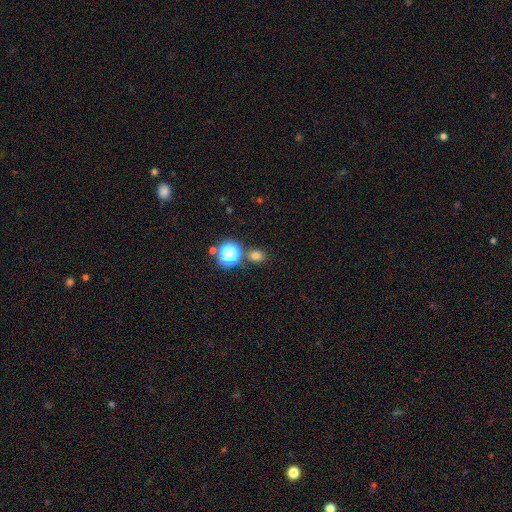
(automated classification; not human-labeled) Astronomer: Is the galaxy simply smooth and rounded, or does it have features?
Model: smooth — 73%.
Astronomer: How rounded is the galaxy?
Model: round — 60% (runner-up: in between, 39%).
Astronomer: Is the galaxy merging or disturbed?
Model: none — 78%.